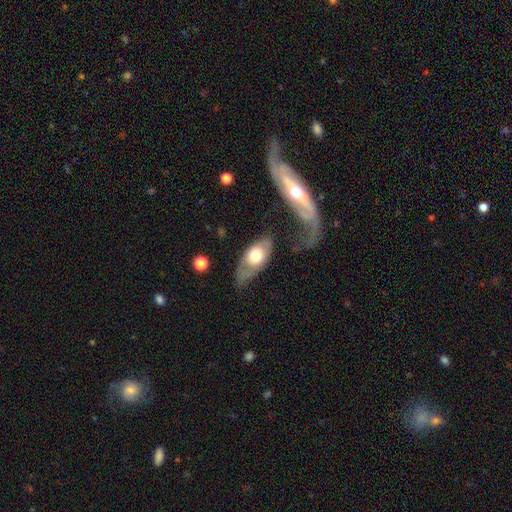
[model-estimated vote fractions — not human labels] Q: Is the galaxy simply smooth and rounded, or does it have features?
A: smooth — 50%.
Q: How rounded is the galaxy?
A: in between — 85%.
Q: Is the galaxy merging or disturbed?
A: none — 54%.